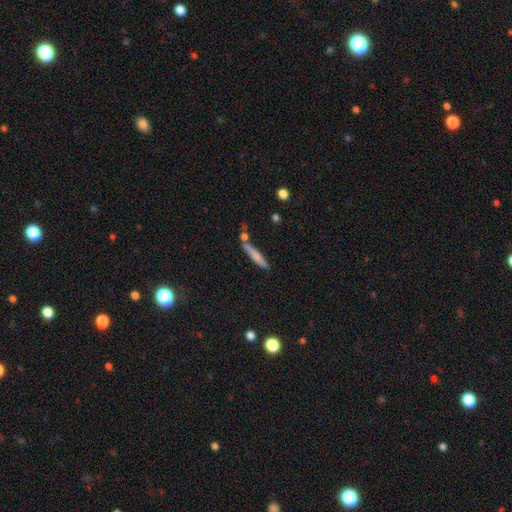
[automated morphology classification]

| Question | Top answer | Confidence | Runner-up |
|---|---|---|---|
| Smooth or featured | smooth | 65% | featured or disk (29%) |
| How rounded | cigar-shaped | 93% | in between (6%) |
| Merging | none | 72% | minor disturbance (13%) |